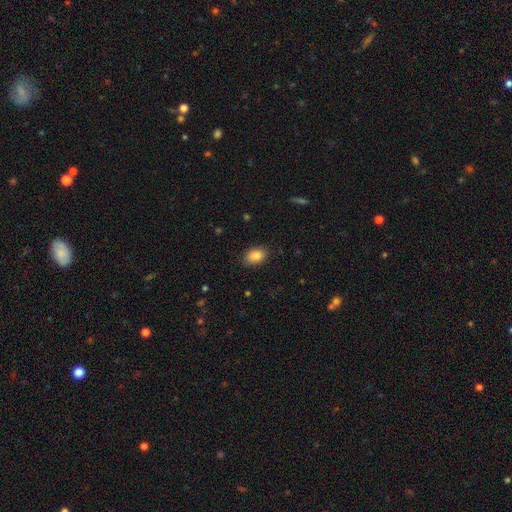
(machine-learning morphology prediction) A smooth galaxy with no disk features (85%) that is in between round and cigar-shaped (83%). Merging: none (85%).